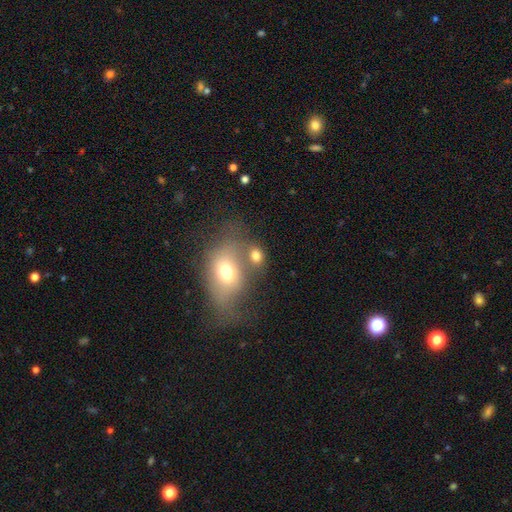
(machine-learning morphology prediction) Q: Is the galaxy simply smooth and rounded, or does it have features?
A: smooth — 71%.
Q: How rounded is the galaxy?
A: in between — 57%.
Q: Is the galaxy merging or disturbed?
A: merger — 39%, tied with none.